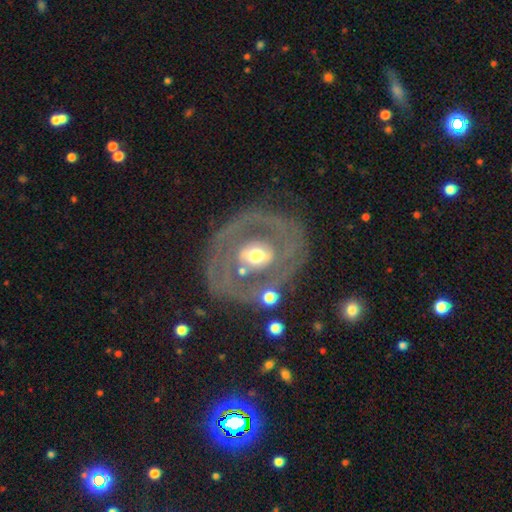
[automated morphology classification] Smooth or featured? Predicted: featured or disk (p=0.77). Edge-on disk? Predicted: no (p=0.95). Bar? Predicted: no (p=0.39). Spiral arms? Predicted: yes (p=0.55). Bulge size? Predicted: moderate (p=0.67). Merging? Predicted: none (p=0.63).